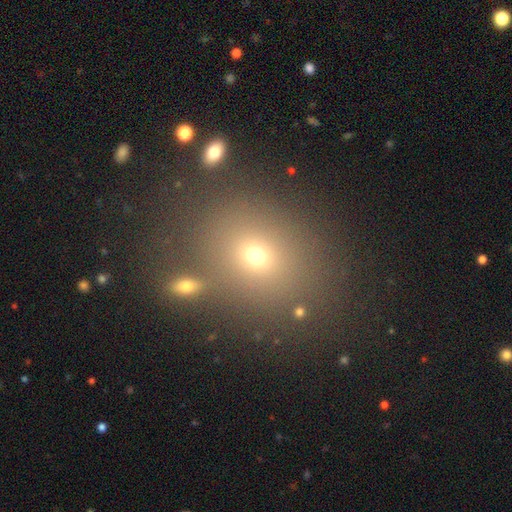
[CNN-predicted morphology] type=smooth (68%); roundness=round (55%); merging=none (73%).